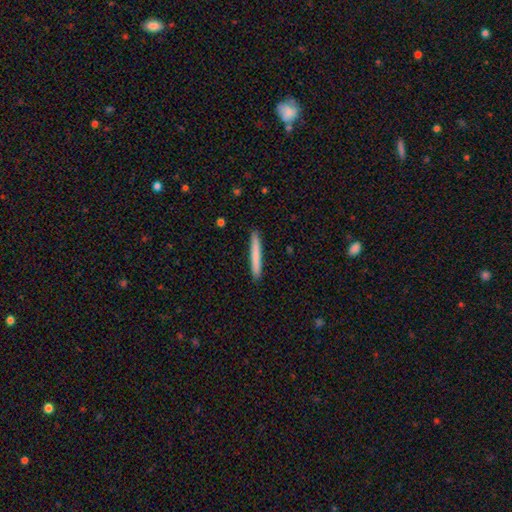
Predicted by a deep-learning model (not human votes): smooth 76%, featured or disk 19%, star or artifact 5%. Down the decision tree: how rounded — cigar-shaped (97%); merging — none (92%).